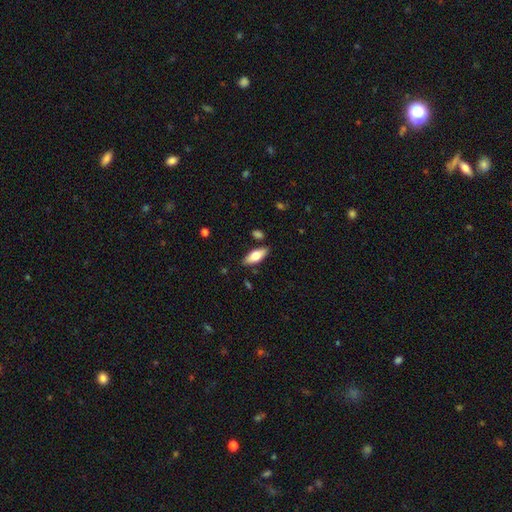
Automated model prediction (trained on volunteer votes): A smooth galaxy with no disk features (66%) that is in between round and cigar-shaped (74%). Merging: none (84%).